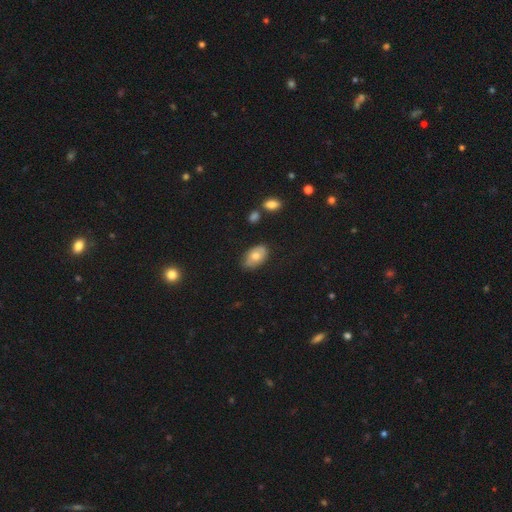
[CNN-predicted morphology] type=smooth (66%); roundness=in between (91%); merging=none (76%).